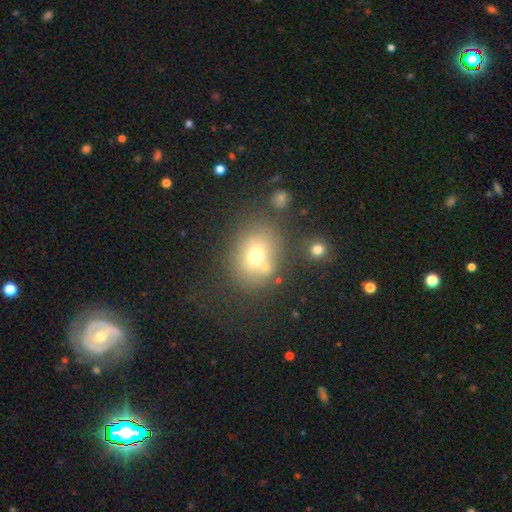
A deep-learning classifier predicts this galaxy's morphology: Smooth or featured: smooth — 67% (featured or disk — 18%)
How rounded: round — 58% (in between — 41%)
Merging: none — 64% (merger — 15%)